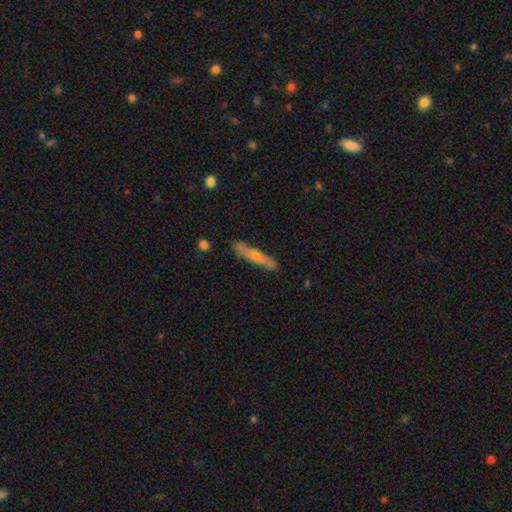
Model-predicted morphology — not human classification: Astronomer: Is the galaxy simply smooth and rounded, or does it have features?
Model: smooth — 52% (runner-up: featured or disk, 41%).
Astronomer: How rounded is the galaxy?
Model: cigar-shaped — 90%.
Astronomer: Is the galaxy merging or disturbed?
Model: none — 83%.